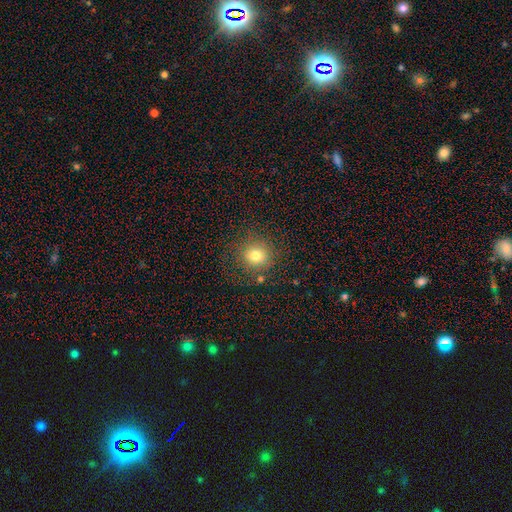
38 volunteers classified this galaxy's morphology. type=smooth (68%); roundness=round (92%); merging=none (88%).